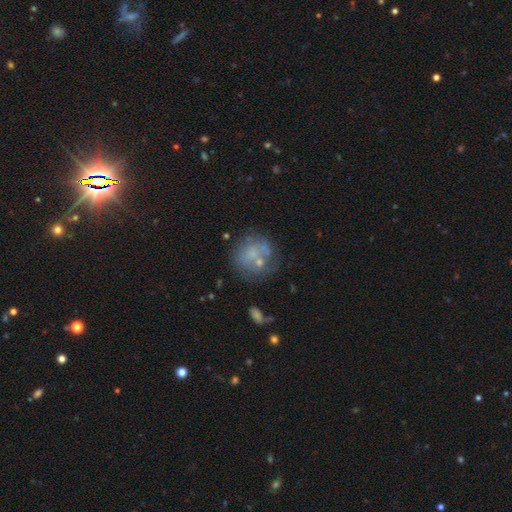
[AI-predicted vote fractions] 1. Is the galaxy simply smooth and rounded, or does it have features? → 44% smooth, 41% featured or disk, 15% star or artifact.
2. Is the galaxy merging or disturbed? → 53% none, 19% minor disturbance, 15% merger, 13% major disturbance.